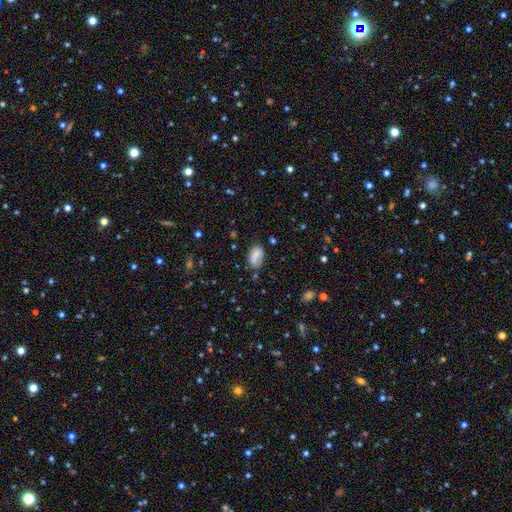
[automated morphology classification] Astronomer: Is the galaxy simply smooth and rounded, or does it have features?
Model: smooth — 80%.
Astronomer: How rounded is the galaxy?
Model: in between — 89%.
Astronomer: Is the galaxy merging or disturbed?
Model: none — 69%.